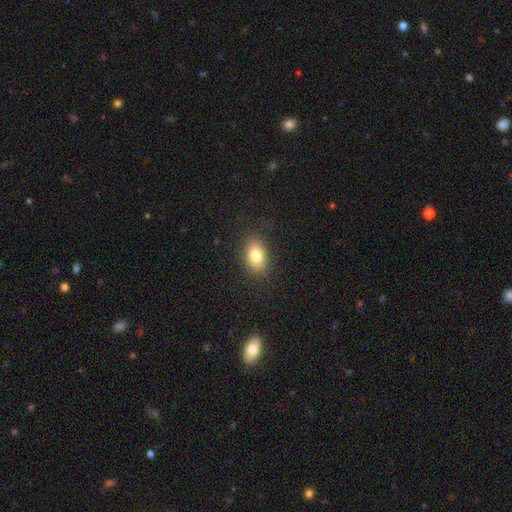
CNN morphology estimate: A smooth galaxy with no disk features (80%) that is in between round and cigar-shaped (85%). Merging: none (86%).